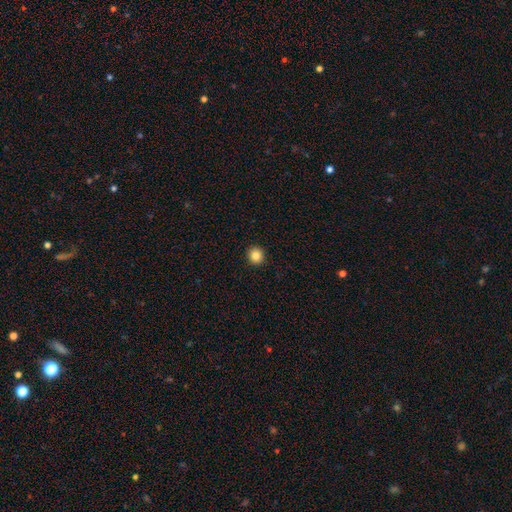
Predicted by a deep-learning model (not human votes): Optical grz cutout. It shows a smooth galaxy with no disk features (84%) that is round (94%). Merging: none (93%).